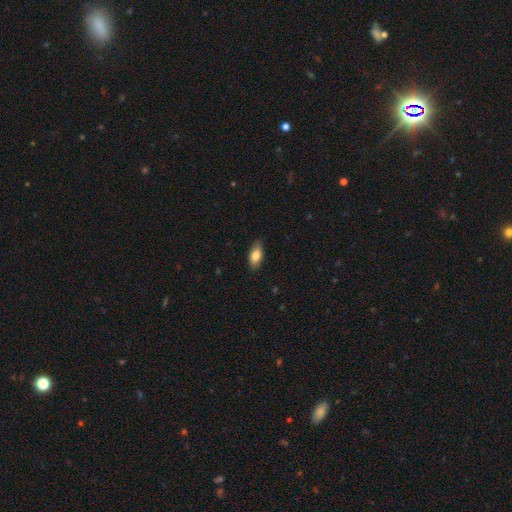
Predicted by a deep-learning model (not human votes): The model was most divided on "smooth or featured": smooth: 80%, featured or disk: 14%, star or artifact: 7%. More confident: how rounded — in between (86%); merging — none (84%).